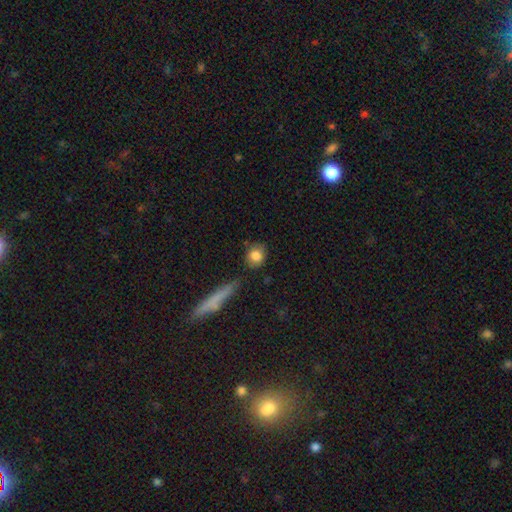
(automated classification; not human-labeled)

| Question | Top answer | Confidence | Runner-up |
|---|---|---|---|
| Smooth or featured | smooth | 82% | featured or disk (10%) |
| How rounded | round | 70% | in between (26%) |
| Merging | none | 72% | minor disturbance (17%) |